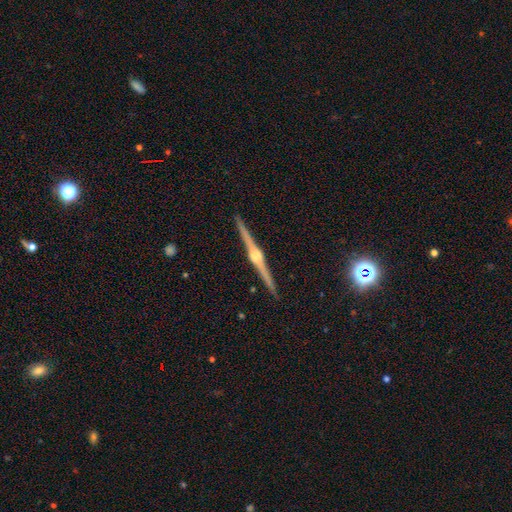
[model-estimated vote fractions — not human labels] Smooth or featured: featured or disk — 89% (smooth — 6%)
Edge-on disk: yes — 99% (no — 1%)
Edge-on bulge: rounded — 92% (boxy — 5%)
Merging: none — 93% (minor disturbance — 4%)